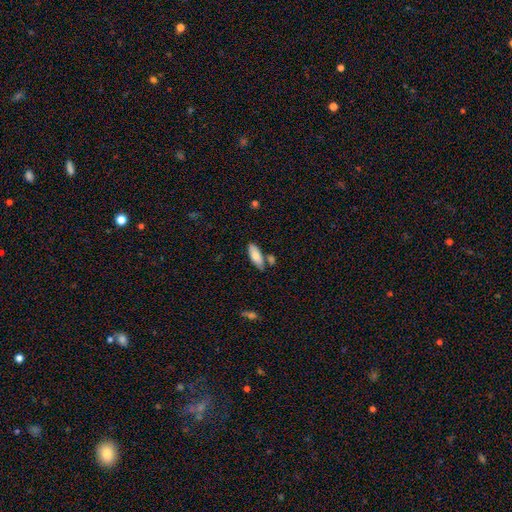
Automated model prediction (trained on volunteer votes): This appears to be a smooth galaxy with no disk features (74%) that is in between round and cigar-shaped (77%). Merging: none (69%).